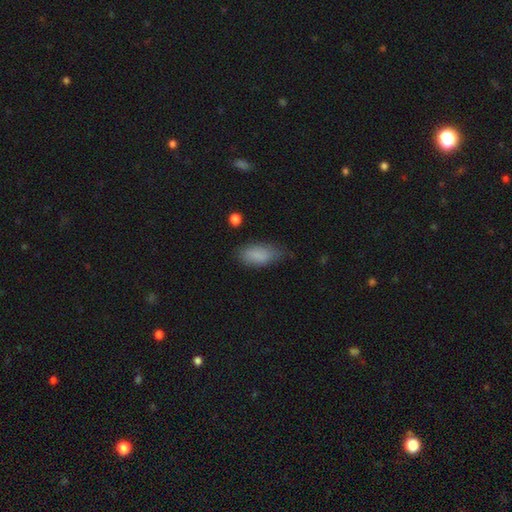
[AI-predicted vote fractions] smooth_or_featured: smooth (p=0.85) [alt: star or artifact p=0.08]
how_rounded: in between (p=0.88) [alt: cigar-shaped p=0.09]
merging: none (p=0.64) [alt: minor disturbance p=0.28]